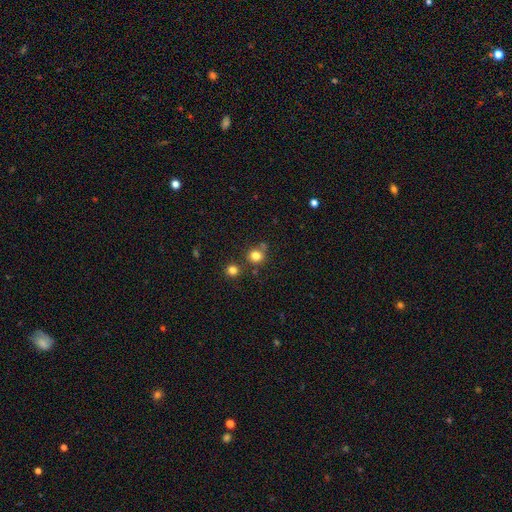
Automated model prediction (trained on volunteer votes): Smooth or featured? smooth (80%)
How rounded? round (86%)
Merging? none (68%)